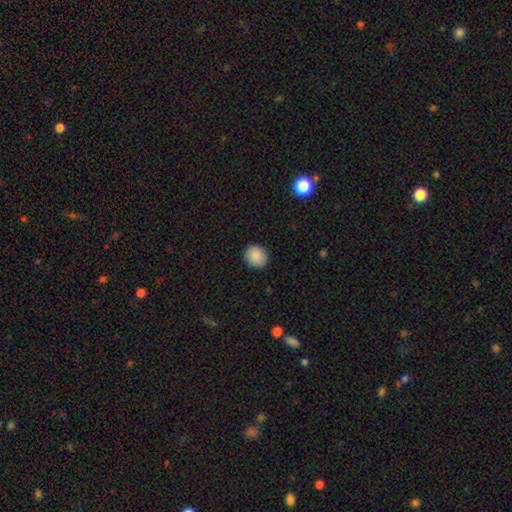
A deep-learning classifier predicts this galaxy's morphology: A smooth galaxy with no disk features (89%) that is round (84%).

Vote fractions:
- Smooth or featured? smooth: 89% / star or artifact: 8% / featured or disk: 4%
- How rounded? round: 84% / in between: 15% / cigar-shaped: 1%
- Merging? none: 90% / minor disturbance: 7% / major disturbance: 2% / merger: 1%